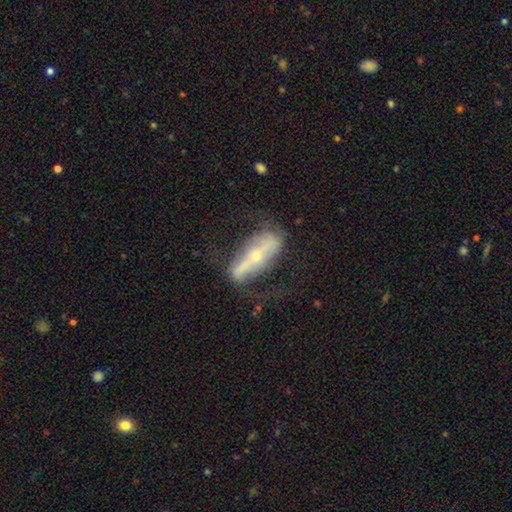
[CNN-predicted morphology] This appears to be a featured or disk galaxy (76%) with a strong bar (61%), spiral arms (61%) and a small central bulge (63%). Merging: none (56%).